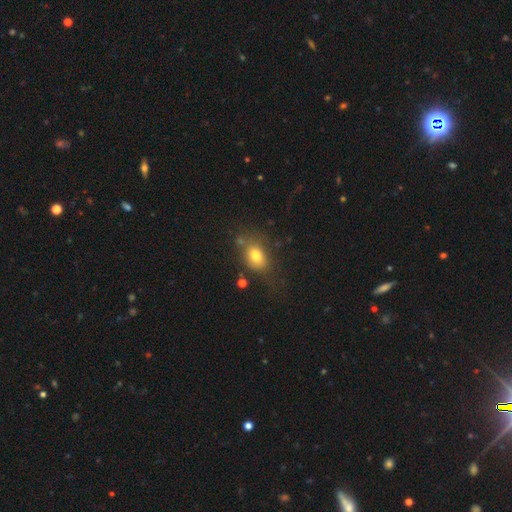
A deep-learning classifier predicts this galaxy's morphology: type=smooth (78%); roundness=in between (79%); merging=none (64%).